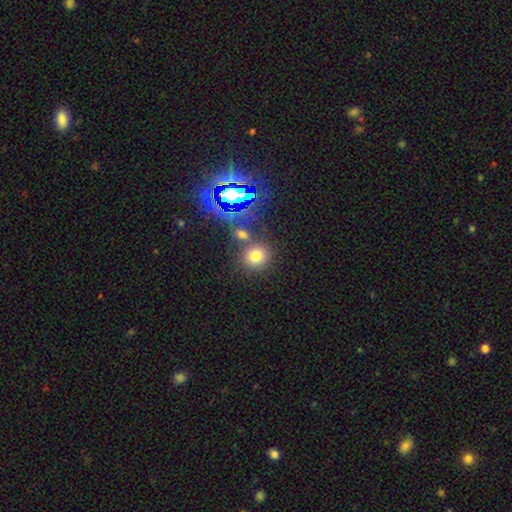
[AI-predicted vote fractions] Smooth or featured? smooth (69%)
How rounded? round (86%)
Merging? none (72%)